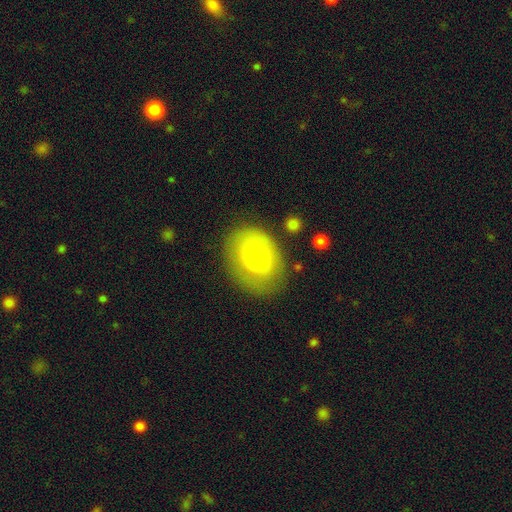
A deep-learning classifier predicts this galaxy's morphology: Smooth or featured?
  - smooth: 64% *
  - featured or disk: 28%
  - star or artifact: 7%
How rounded?
  - in between: 65% *
  - round: 34%
  - cigar-shaped: 1%
Merging?
  - none: 65% *
  - minor disturbance: 22%
  - major disturbance: 10%
  - merger: 3%